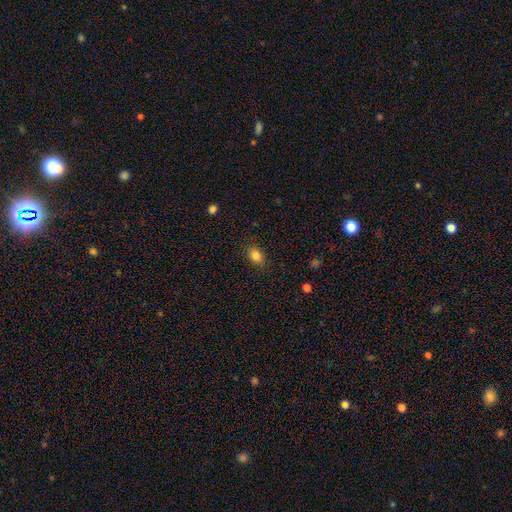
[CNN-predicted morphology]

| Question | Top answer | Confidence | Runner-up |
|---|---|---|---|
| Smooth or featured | smooth | 84% | star or artifact (10%) |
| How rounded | in between | 77% | round (21%) |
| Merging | none | 84% | minor disturbance (11%) |